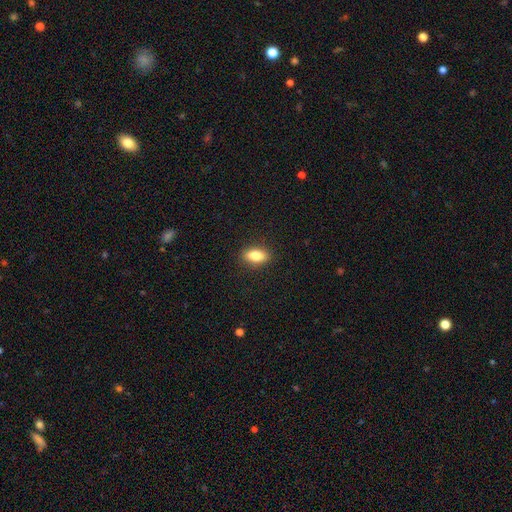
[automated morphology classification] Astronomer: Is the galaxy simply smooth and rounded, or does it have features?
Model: smooth — 82%.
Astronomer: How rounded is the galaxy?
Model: in between — 84%.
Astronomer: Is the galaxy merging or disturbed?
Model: none — 89%.